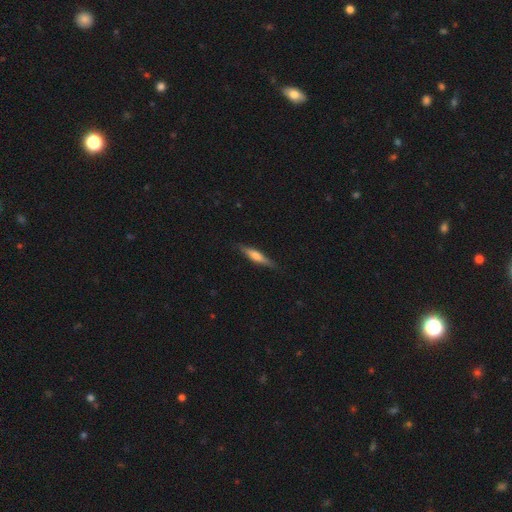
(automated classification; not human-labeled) Q: Smooth or featured?
A: smooth (48%); runner-up: featured or disk (46%)
Q: Merging?
A: none (87%); runner-up: minor disturbance (10%)